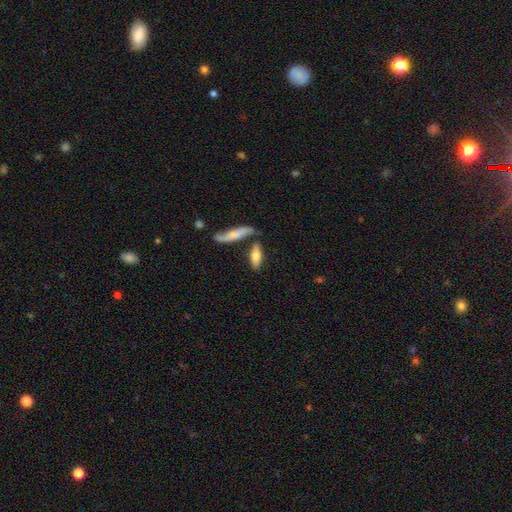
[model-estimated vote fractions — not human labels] Overall: smooth (67%). How rounded: in between (55%; cigar-shaped 43%). Merging: none (64%).